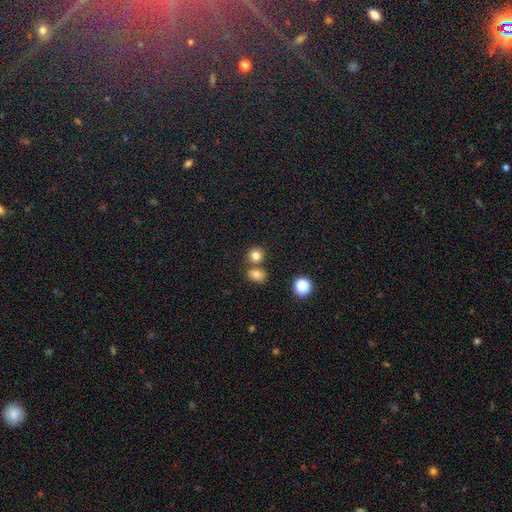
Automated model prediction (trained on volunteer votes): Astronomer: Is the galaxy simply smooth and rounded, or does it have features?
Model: smooth — 80%.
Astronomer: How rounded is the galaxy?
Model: round — 79%.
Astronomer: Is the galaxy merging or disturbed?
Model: none — 65%.